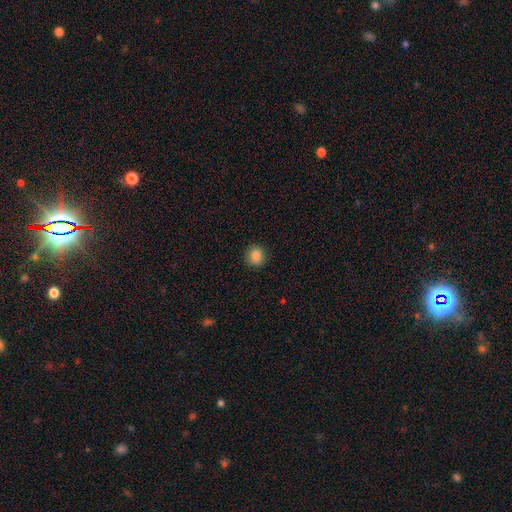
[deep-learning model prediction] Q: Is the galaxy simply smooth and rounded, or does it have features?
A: smooth — 86%.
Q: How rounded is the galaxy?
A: round — 78%.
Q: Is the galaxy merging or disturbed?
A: none — 89%.